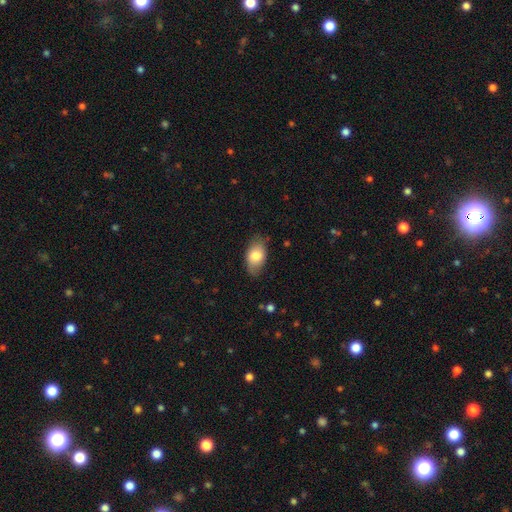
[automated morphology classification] A smooth galaxy with no disk features (79%) that is in between round and cigar-shaped (92%). Merging: none (78%).